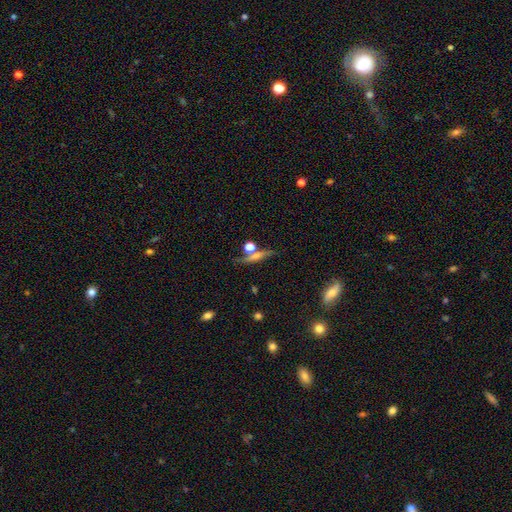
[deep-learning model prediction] Morphology: type=featured or disk (47%); merging=none (66%).